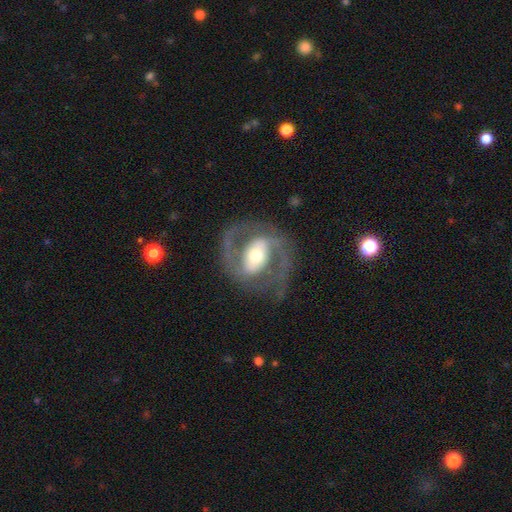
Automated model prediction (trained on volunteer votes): A featured or disk galaxy (84%) with a strong bar (44%), 2 (91%) medium (56%) spiral arms (86%) and a moderate central bulge (63%).

Vote fractions:
- Smooth or featured? featured or disk: 84% / smooth: 11% / star or artifact: 5%
- Edge-on disk? no: 97% / yes: 3%
- Bar? strong: 44% / weak: 31% / no: 25%
- Spiral arms? yes: 86% / no: 14%
- Spiral winding? medium: 56% / tight: 23% / loose: 21%
- Spiral arm count? 2: 91% / can't tell: 4% / 1: 2% / 3: 1% / 4: 1% / more than 4: 1%
- Bulge size? moderate: 63% / large: 20% / small: 14% / dominant: 2% / none: 1%
- Merging? none: 76% / minor disturbance: 13% / major disturbance: 10% / merger: 1%